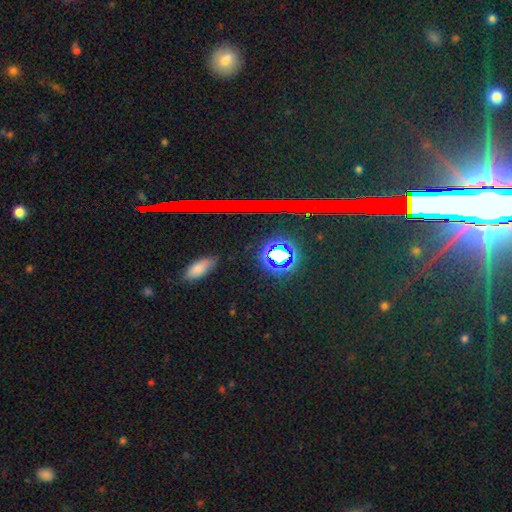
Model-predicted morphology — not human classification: A star or artifact, not a galaxy (77%).